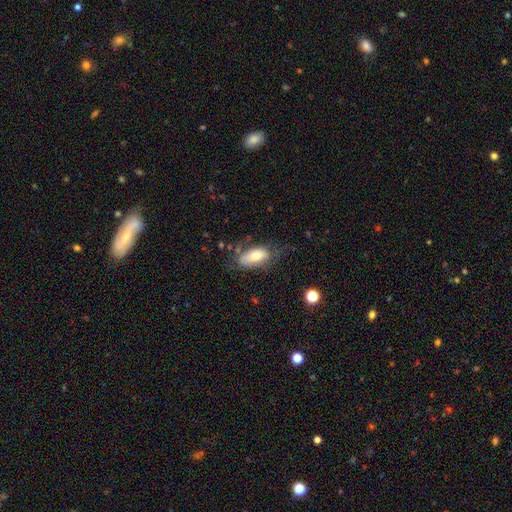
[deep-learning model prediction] smooth_or_featured: smooth (p=0.67) [alt: featured or disk p=0.26]
how_rounded: in between (p=0.89) [alt: cigar-shaped p=0.08]
merging: none (p=0.54) [alt: minor disturbance p=0.27]